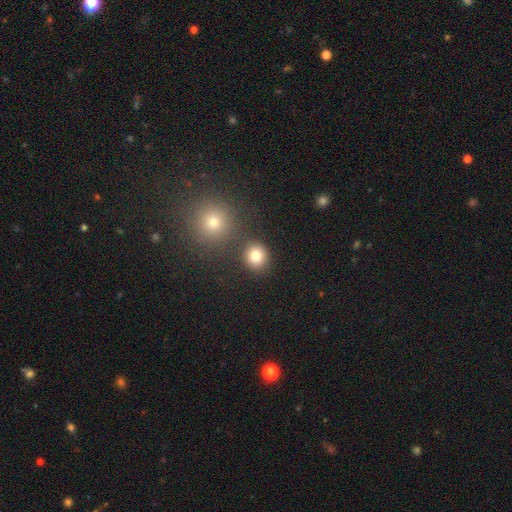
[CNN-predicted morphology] This appears to be a smooth galaxy with no disk features (81%) that is round (84%). Merging: none (79%).